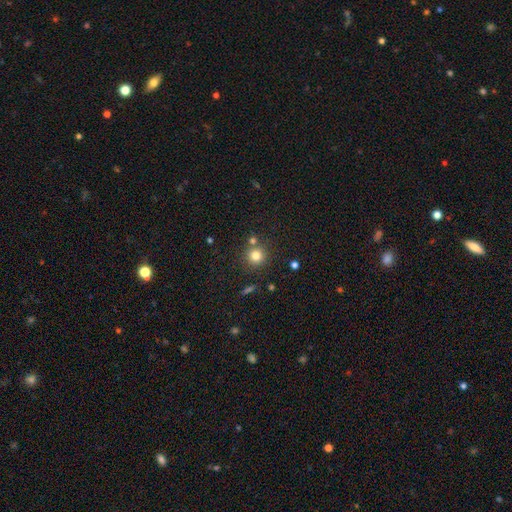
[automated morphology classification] Smooth or featured?
  - smooth: 79% *
  - star or artifact: 13%
  - featured or disk: 7%
How rounded?
  - round: 93% *
  - in between: 6%
  - cigar-shaped: 1%
Merging?
  - none: 77% *
  - merger: 12%
  - minor disturbance: 8%
  - major disturbance: 3%